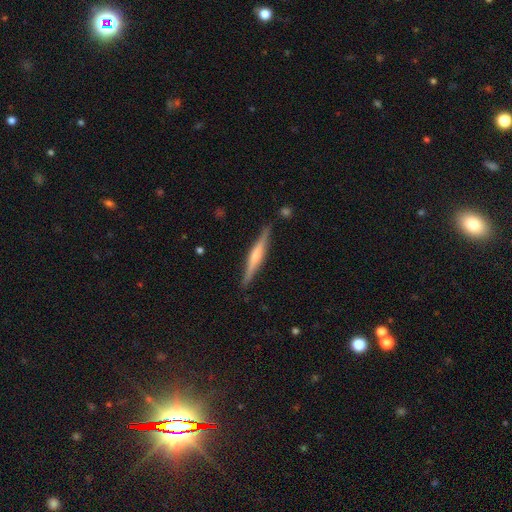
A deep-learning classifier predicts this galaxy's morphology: Overall: featured or disk (63%; smooth 31%). Edge-on disk: yes (98%). Edge-on bulge: rounded (54%; boxy 25%). Merging: none (89%).